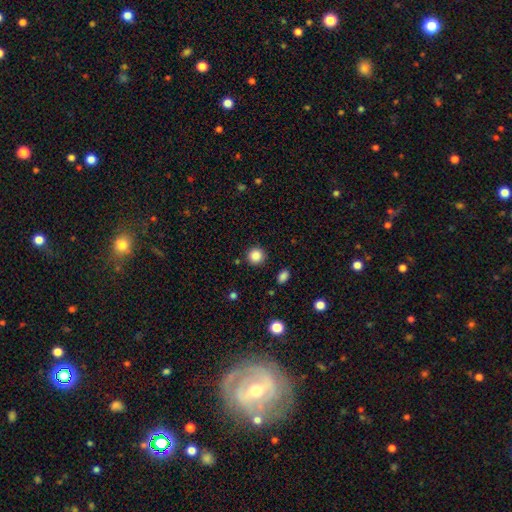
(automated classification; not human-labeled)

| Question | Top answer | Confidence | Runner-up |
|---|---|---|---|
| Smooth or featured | smooth | 87% | star or artifact (10%) |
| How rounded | round | 94% | in between (5%) |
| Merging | none | 89% | minor disturbance (6%) |